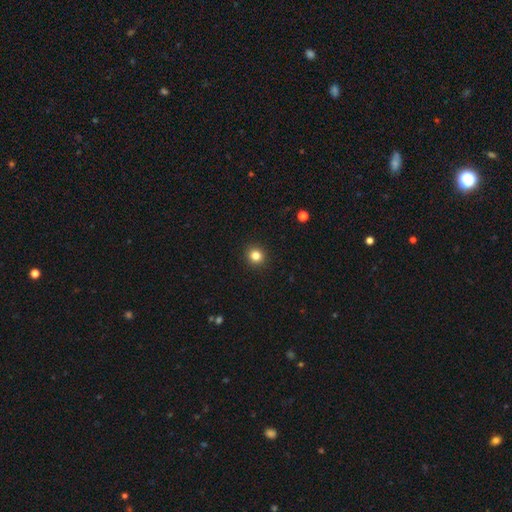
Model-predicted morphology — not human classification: This is clearly a smooth galaxy (82%). How rounded: clearly round (92%). Merging: clearly none (93%).